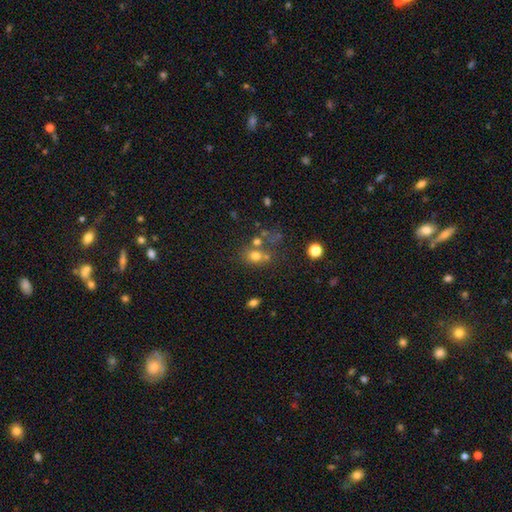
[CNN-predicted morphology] smooth 67%, star or artifact 18%, featured or disk 14%. Down the decision tree: how rounded — round (61%); merging — none (48%).